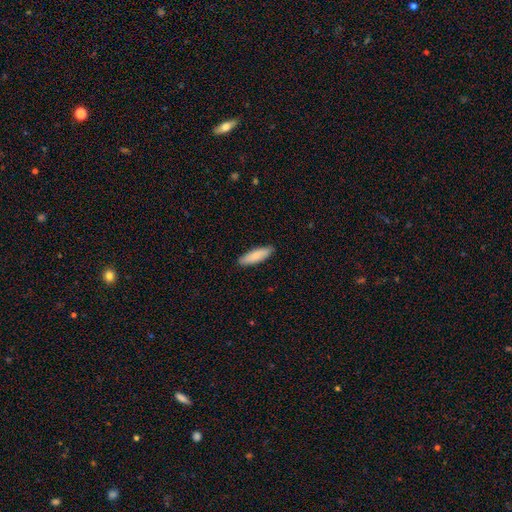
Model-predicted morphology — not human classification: type=smooth (83%); roundness=cigar-shaped (55%); merging=none (88%).